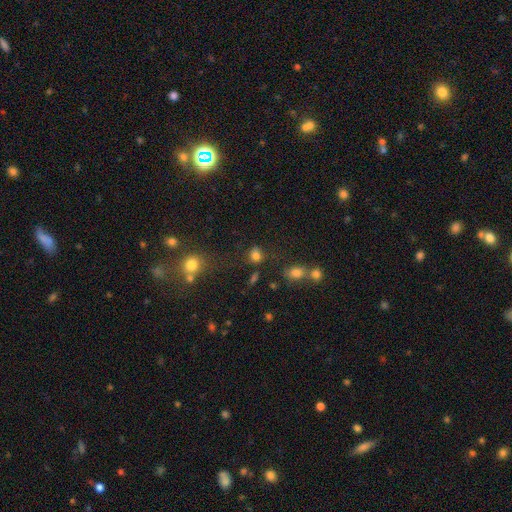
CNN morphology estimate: smooth_or_featured: smooth (p=0.79) [alt: star or artifact p=0.15]
how_rounded: round (p=0.55) [alt: in between p=0.44]
merging: none (p=0.68) [alt: minor disturbance p=0.16]